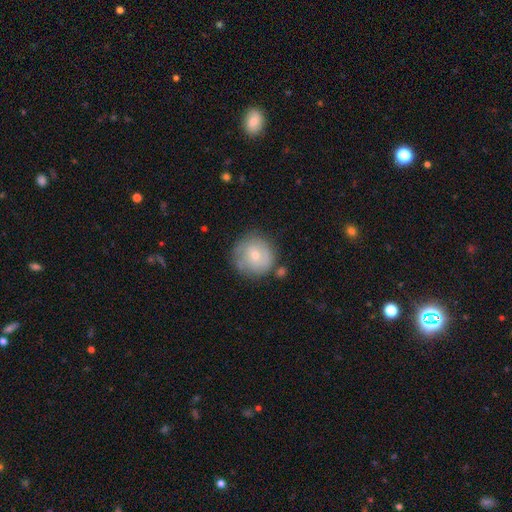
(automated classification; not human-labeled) This appears to be a smooth galaxy with no disk features (55%) that is round (93%). Merging: none (72%).